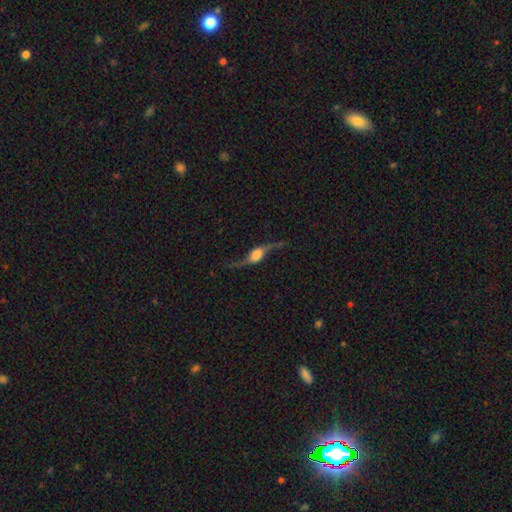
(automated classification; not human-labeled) featured or disk 83%, smooth 10%, star or artifact 7%. Down the decision tree: edge-on disk — no (55%); merging — none (71%).